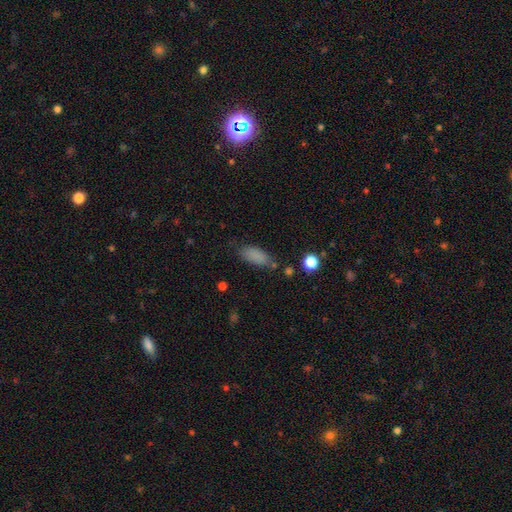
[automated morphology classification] Q: Smooth or featured?
A: smooth (85%); runner-up: star or artifact (10%)
Q: How rounded?
A: in between (82%); runner-up: cigar-shaped (15%)
Q: Merging?
A: none (70%); runner-up: minor disturbance (21%)